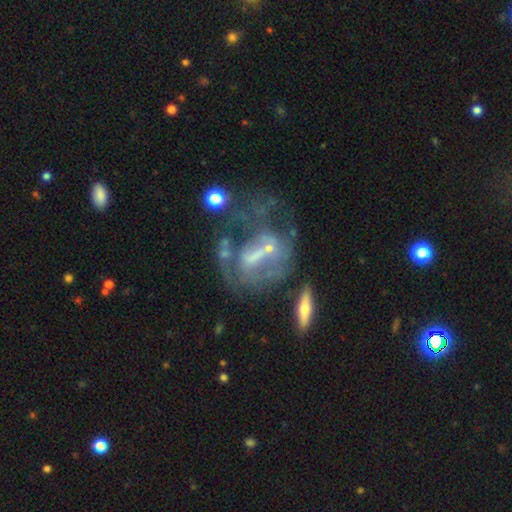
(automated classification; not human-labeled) Smooth or featured?
  - featured or disk: 69% *
  - smooth: 19%
  - star or artifact: 13%
Edge-on disk?
  - no: 92% *
  - yes: 8%
Bar?
  - no: 38% *
  - weak: 35%
  - strong: 27%
Spiral arms?
  - no: 59% *
  - yes: 41%
Bulge size?
  - small: 45% *
  - none: 26%
  - moderate: 24%
  - large: 4%
  - dominant: 1%
Merging?
  - major disturbance: 38% *
  - none: 29%
  - merger: 18%
  - minor disturbance: 16%